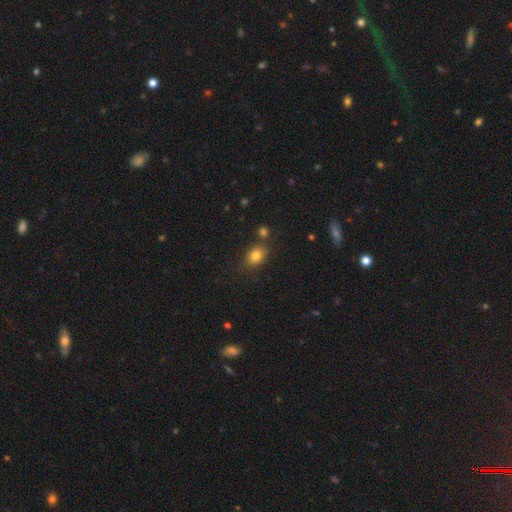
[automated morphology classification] This appears to be a smooth galaxy with no disk features (81%) that is in between round and cigar-shaped (69%). Merging: none (75%).